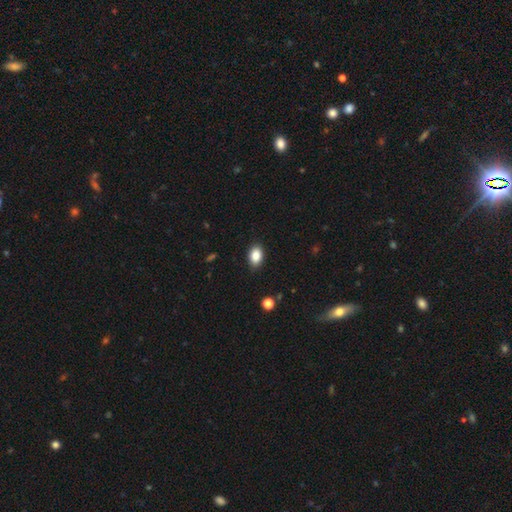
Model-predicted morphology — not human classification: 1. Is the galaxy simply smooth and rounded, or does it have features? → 86% smooth, 9% star or artifact, 6% featured or disk.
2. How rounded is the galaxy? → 85% in between, 13% round, 1% cigar-shaped.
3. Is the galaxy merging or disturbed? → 86% none, 10% minor disturbance, 2% major disturbance, 1% merger.